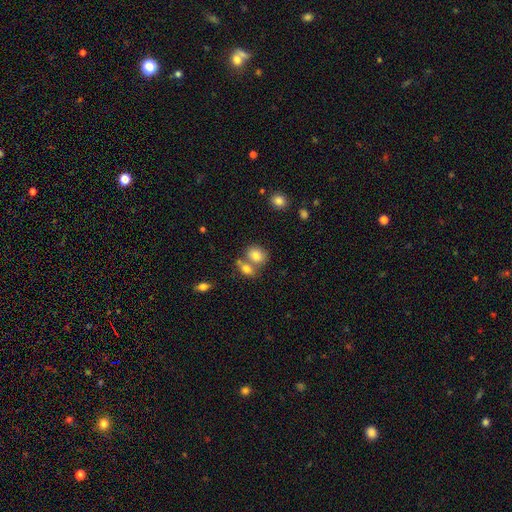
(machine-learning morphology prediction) A smooth galaxy with no disk features (80%) that is in between round and cigar-shaped (55%).

Vote fractions:
- Smooth or featured? smooth: 80% / featured or disk: 10% / star or artifact: 10%
- How rounded? in between: 55% / round: 43% / cigar-shaped: 1%
- Merging? none: 44% / merger: 42% / minor disturbance: 10% / major disturbance: 4%